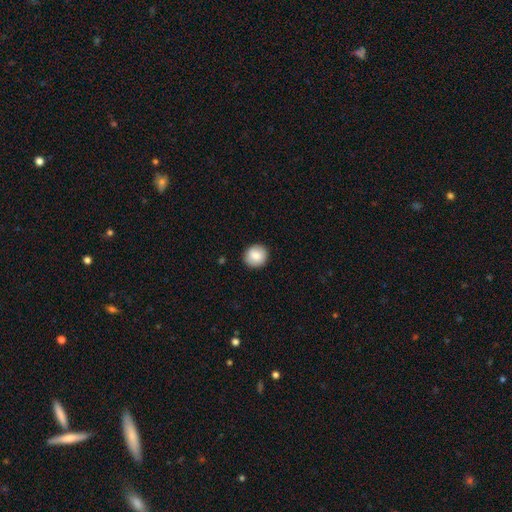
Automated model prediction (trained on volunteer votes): Overall: smooth (85%). How rounded: round (89%). Merging: none (91%).